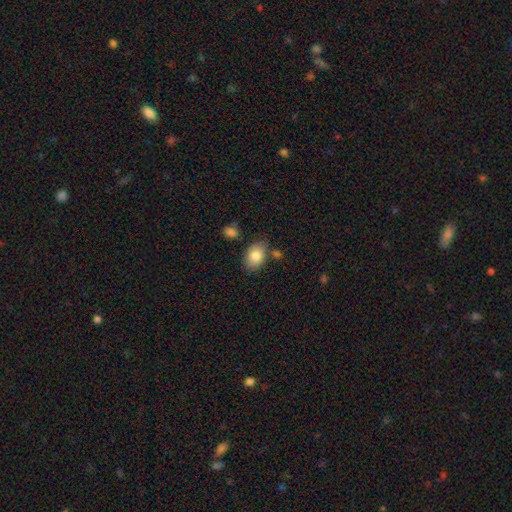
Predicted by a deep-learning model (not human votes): Q: Smooth or featured?
A: smooth (83%); runner-up: featured or disk (10%)
Q: How rounded?
A: in between (82%); runner-up: round (17%)
Q: Merging?
A: none (75%); runner-up: minor disturbance (15%)